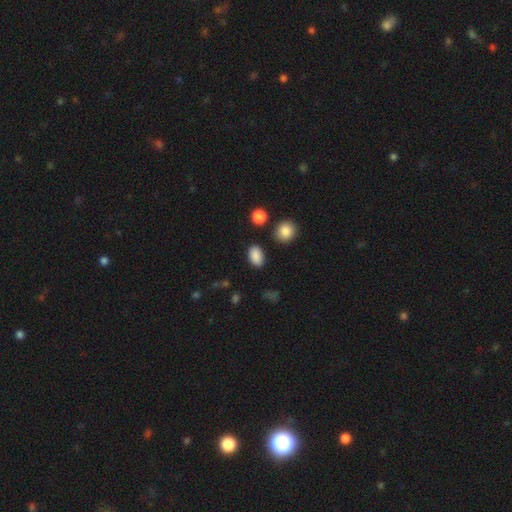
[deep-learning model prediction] Smooth or featured: smooth — 88% (star or artifact — 8%)
How rounded: in between — 87% (round — 11%)
Merging: none — 86% (minor disturbance — 9%)